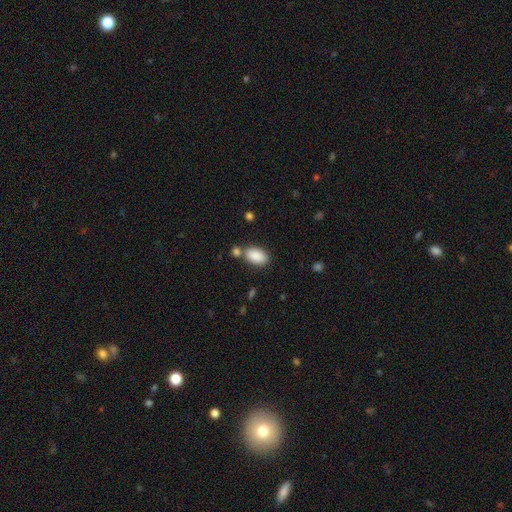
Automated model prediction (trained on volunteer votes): This appears to be a smooth galaxy with no disk features (89%) that is in between round and cigar-shaped (93%). Merging: none (67%).